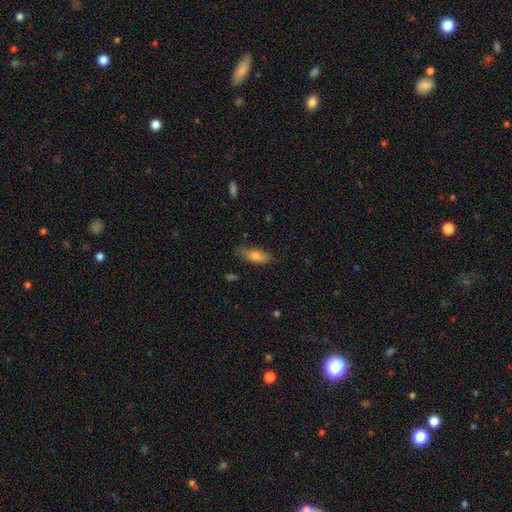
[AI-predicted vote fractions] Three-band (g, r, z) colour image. It shows a smooth galaxy with no disk features (77%) that is in between round and cigar-shaped (73%). Merging: none (72%).